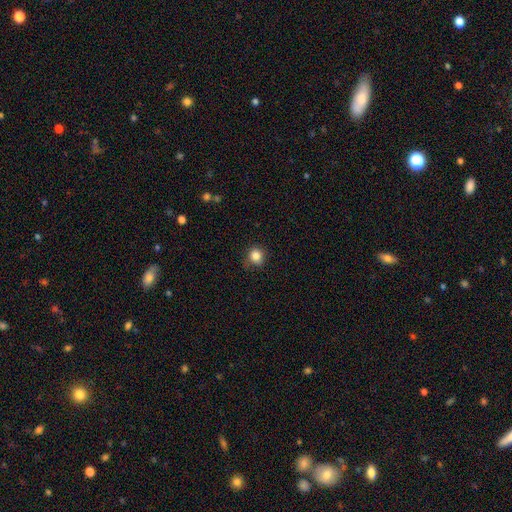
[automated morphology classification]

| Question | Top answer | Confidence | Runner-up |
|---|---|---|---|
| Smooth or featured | smooth | 83% | star or artifact (12%) |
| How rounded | round | 84% | in between (15%) |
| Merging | none | 78% | minor disturbance (17%) |